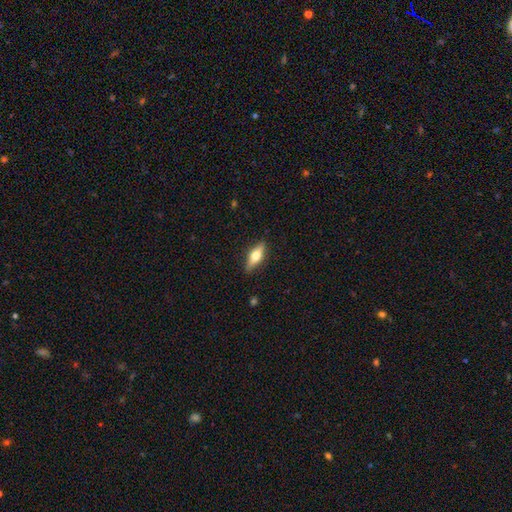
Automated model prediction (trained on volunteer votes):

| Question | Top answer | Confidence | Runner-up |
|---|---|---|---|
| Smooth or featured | featured or disk | 48% | smooth (45%) |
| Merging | none | 86% | minor disturbance (11%) |